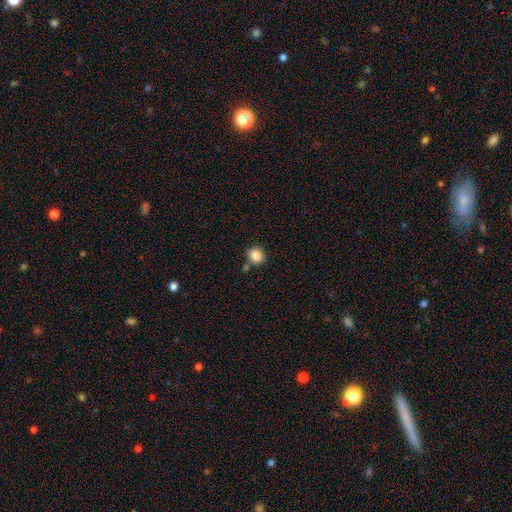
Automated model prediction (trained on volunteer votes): smooth-or-featured: smooth: 86% | star or artifact: 10% | featured or disk: 4%
  how-rounded: round: 82% | in between: 17% | cigar-shaped: 1%
  merging: none: 77% | minor disturbance: 11% | merger: 9% | major disturbance: 3%